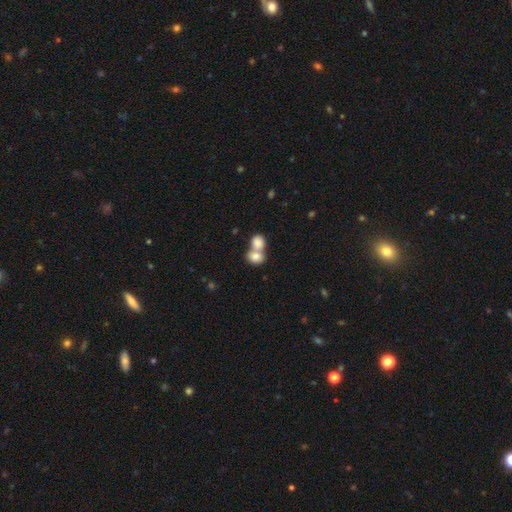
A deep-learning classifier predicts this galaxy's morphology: This is clearly a smooth galaxy (81%). How rounded: possibly in between (50%). Merging: likely merger (69%).